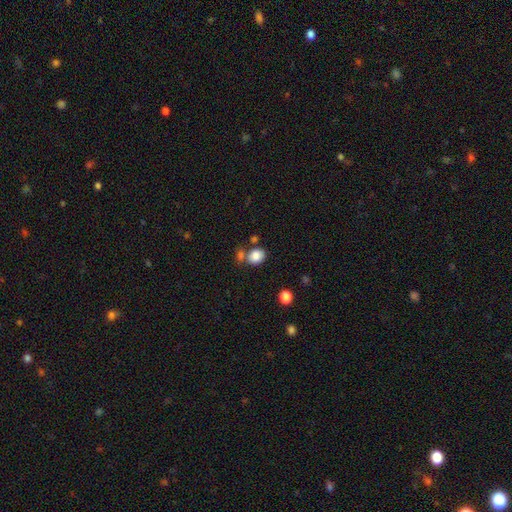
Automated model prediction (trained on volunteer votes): Morphology: type=smooth (84%); roundness=in between (51%); merging=none (58%).